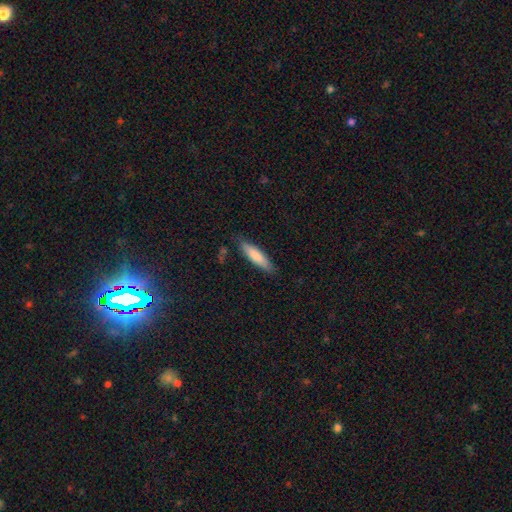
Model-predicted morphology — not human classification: The model was most divided on "how rounded": cigar-shaped: 74%, in between: 25%, round: 1%. More confident: merging — none (83%); smooth or featured — smooth (79%).